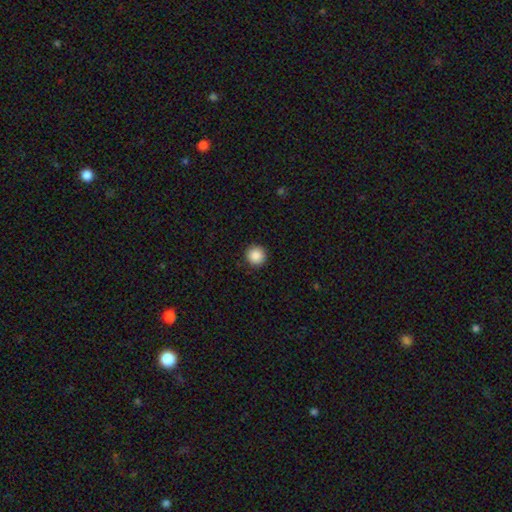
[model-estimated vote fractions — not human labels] Smooth or featured? Predicted: smooth (p=0.88). How rounded? Predicted: round (p=0.96). Merging? Predicted: none (p=0.92).